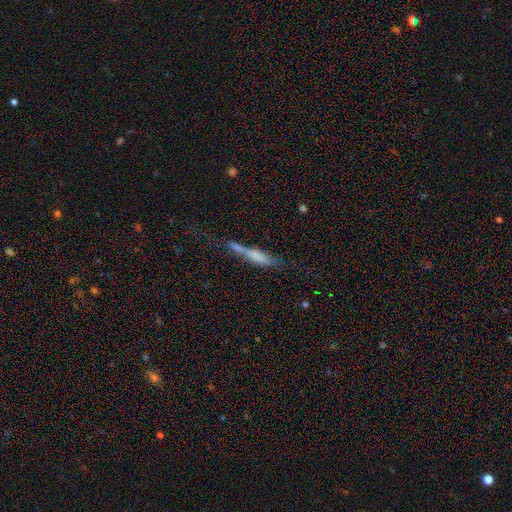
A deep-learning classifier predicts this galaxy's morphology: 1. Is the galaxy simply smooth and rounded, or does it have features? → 50% smooth, 42% featured or disk, 9% star or artifact.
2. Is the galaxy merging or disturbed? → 47% none, 23% minor disturbance, 17% merger, 13% major disturbance.